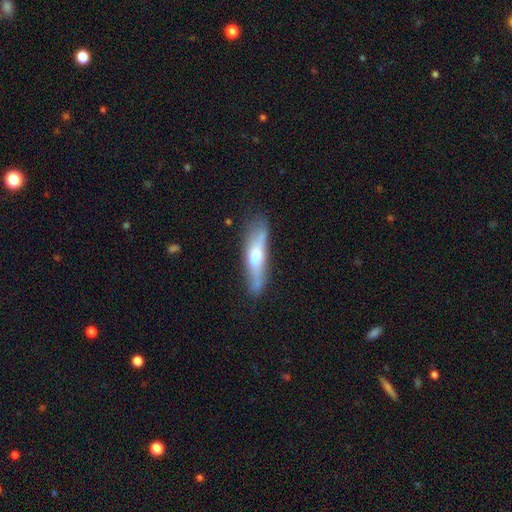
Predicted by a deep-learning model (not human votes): Smooth or featured? Predicted: featured or disk (p=0.51). Edge-on disk? Predicted: yes (p=0.71). Merging? Predicted: none (p=0.70).